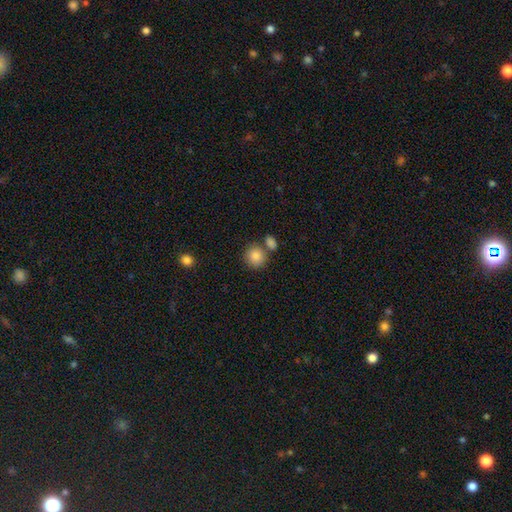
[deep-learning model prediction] Morphology: type=smooth (86%); roundness=round (86%); merging=none (63%).